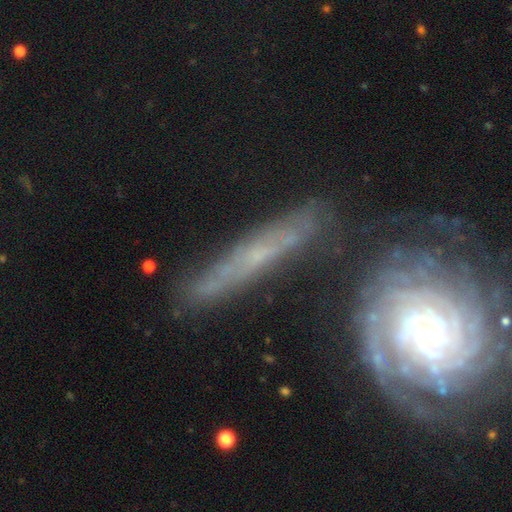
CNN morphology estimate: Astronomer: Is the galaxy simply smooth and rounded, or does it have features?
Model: featured or disk — 72%.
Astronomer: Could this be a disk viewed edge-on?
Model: no — 60% (runner-up: yes, 40%).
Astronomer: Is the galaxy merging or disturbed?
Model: none — 71%.